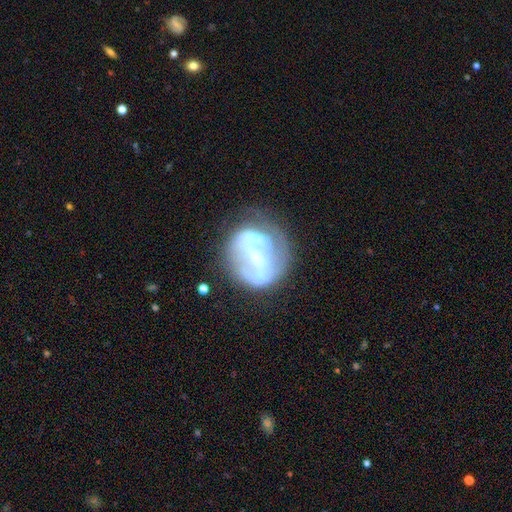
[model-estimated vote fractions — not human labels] Smooth or featured? Predicted: featured or disk (p=0.69). Edge-on disk? Predicted: no (p=0.96). Bar? Predicted: strong (p=0.45). Spiral arms? Predicted: no (p=0.60). Bulge size? Predicted: none (p=0.33). Merging? Predicted: none (p=0.46).